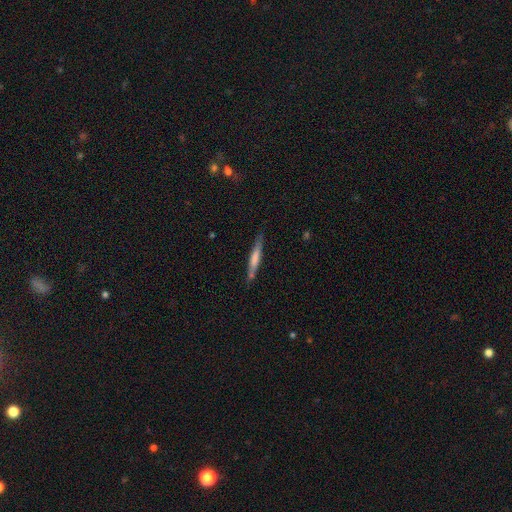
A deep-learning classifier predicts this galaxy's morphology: This appears to be a featured or disk galaxy (58%) viewed edge-on (96%) with a rounded central bulge (45%). Merging: none (86%).